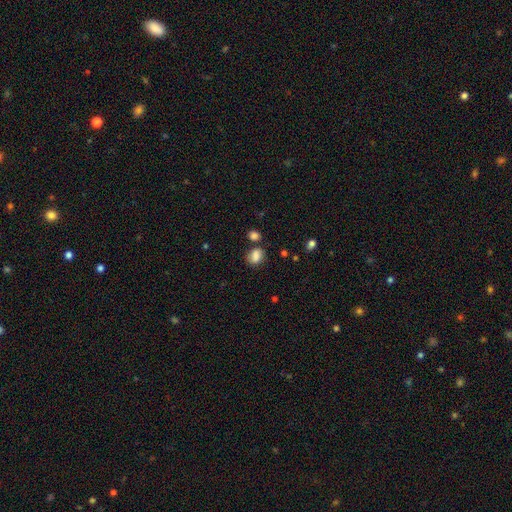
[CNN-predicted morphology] type=smooth (83%); roundness=in between (59%); merging=none (63%).